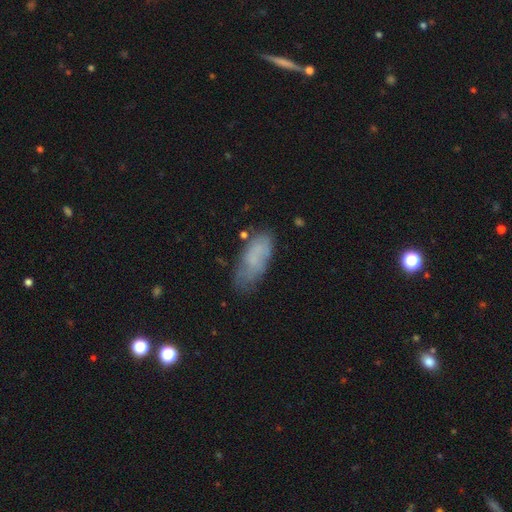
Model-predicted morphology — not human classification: This is likely a smooth galaxy (66%). How rounded: clearly in between (82%). Merging: possibly none (59%).